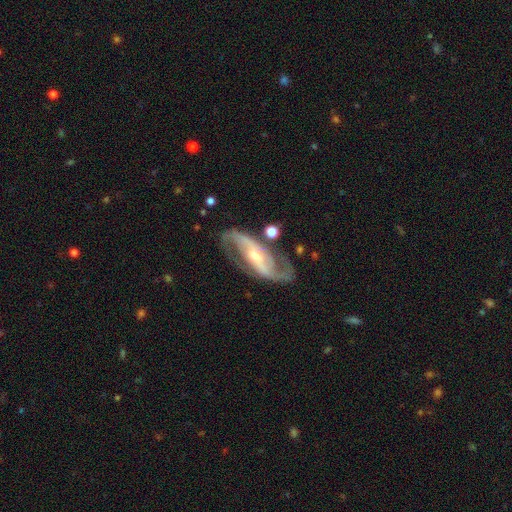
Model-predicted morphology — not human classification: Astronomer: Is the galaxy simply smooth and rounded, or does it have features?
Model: featured or disk — 91%.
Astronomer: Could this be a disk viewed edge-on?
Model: no — 95%.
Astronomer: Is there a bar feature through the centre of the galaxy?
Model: strong — 50% (runner-up: weak, 31%).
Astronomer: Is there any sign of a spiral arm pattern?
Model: yes — 97%.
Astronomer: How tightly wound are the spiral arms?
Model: medium — 52% (runner-up: loose, 28%).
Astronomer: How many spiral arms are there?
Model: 2 — 93%.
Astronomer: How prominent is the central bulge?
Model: small — 51% (runner-up: moderate, 44%).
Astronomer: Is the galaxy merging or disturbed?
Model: none — 76%.